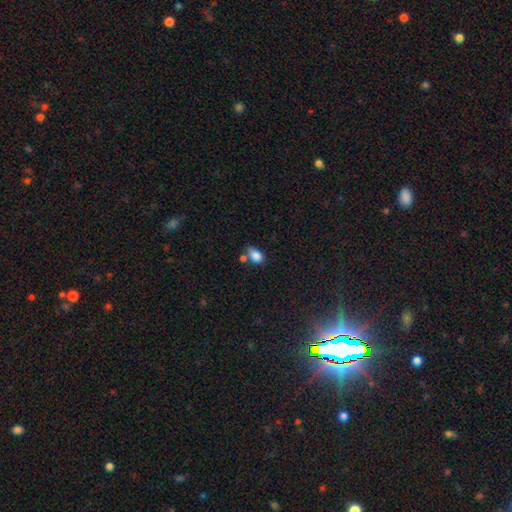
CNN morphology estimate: smooth_or_featured: smooth (p=0.84) [alt: star or artifact p=0.09]
how_rounded: in between (p=0.84) [alt: round p=0.14]
merging: none (p=0.51) [alt: minor disturbance p=0.23]